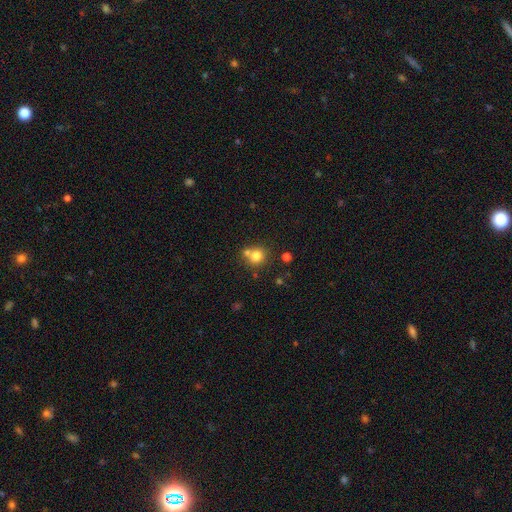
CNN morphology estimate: This is likely a smooth galaxy (78%). How rounded: clearly round (89%). Merging: possibly none (59%).